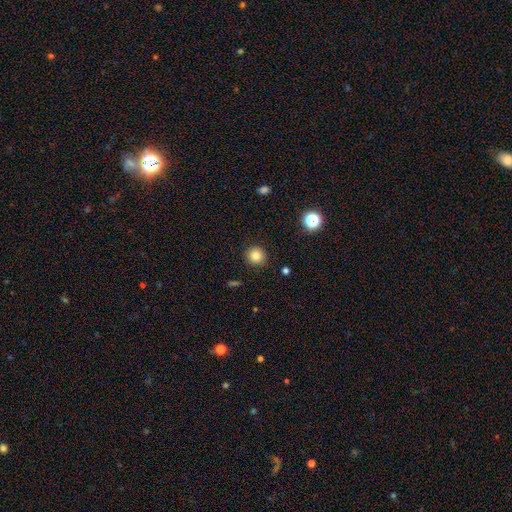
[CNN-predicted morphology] smooth-or-featured: smooth: 82% | star or artifact: 12% | featured or disk: 7%
  how-rounded: round: 92% | in between: 7% | cigar-shaped: 1%
  merging: none: 91% | minor disturbance: 6% | major disturbance: 2% | merger: 1%